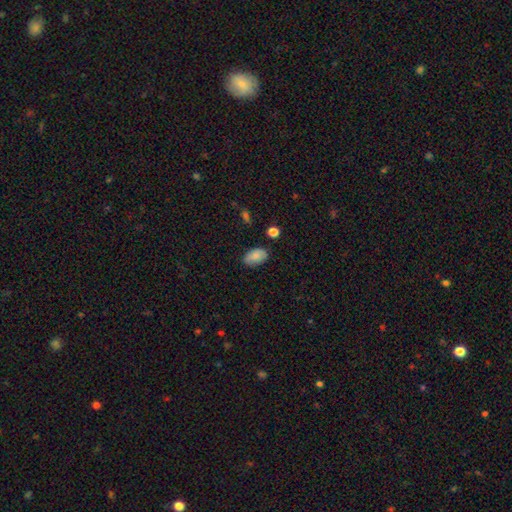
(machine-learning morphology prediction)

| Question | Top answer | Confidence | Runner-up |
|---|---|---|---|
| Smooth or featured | smooth | 81% | featured or disk (11%) |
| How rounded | in between | 90% | round (8%) |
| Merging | none | 77% | minor disturbance (18%) |